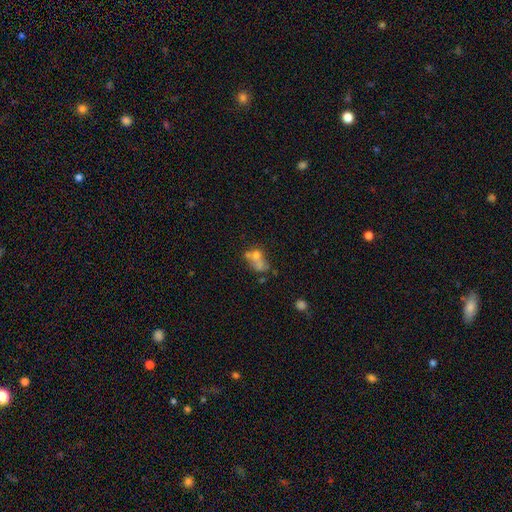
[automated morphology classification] A smooth galaxy with no disk features (54%) that is in between round and cigar-shaped (58%).

Vote fractions:
- Smooth or featured? smooth: 54% / featured or disk: 31% / star or artifact: 15%
- How rounded? in between: 58% / round: 40% / cigar-shaped: 2%
- Merging? merger: 48% / none: 27% / major disturbance: 13% / minor disturbance: 12%